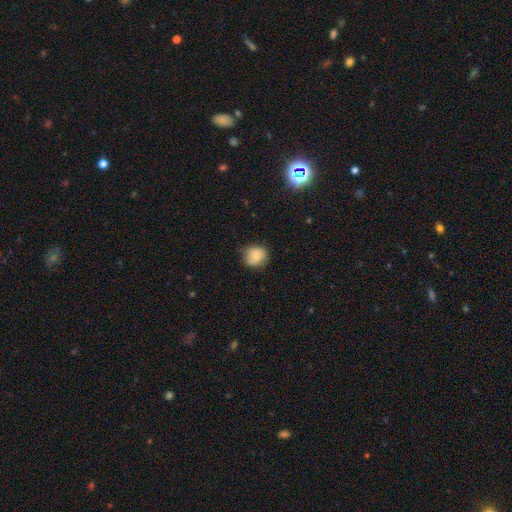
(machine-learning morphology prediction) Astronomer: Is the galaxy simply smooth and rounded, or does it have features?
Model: smooth — 74%.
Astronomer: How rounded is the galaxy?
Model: round — 77%.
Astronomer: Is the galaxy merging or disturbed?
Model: none — 70%.